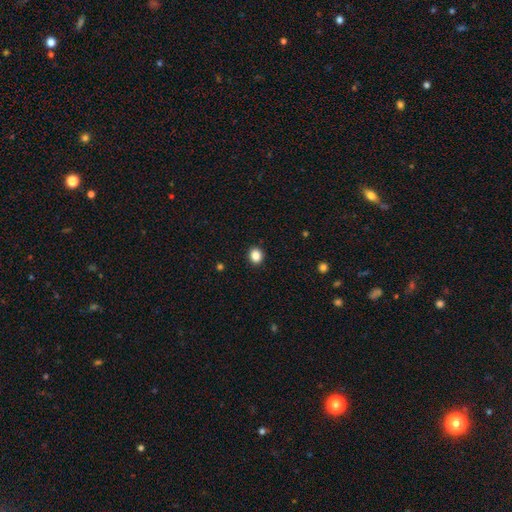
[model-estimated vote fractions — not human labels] A smooth galaxy with no disk features (86%) that is round (77%). Merging: none (92%).